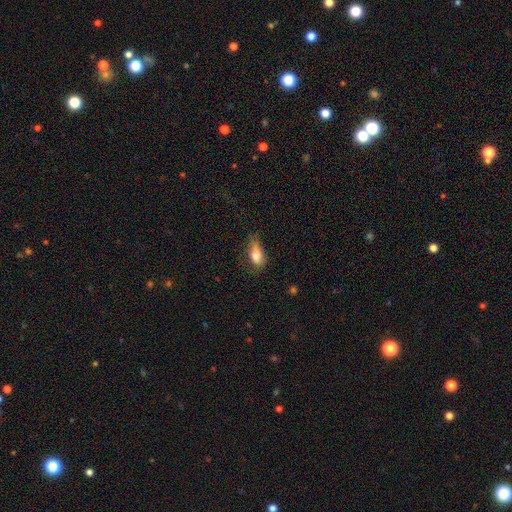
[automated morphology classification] Smooth or featured? smooth (74%)
How rounded? in between (79%)
Merging? none (41%)